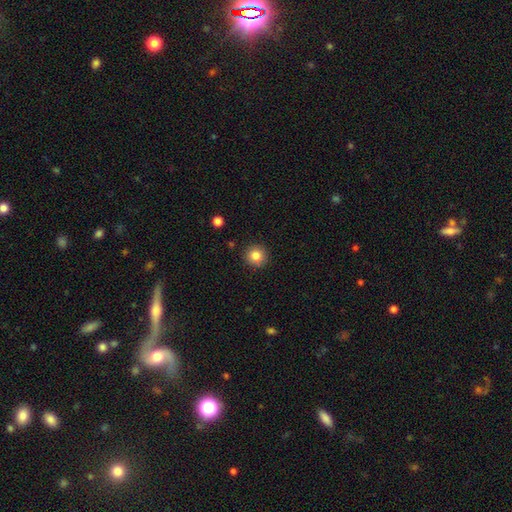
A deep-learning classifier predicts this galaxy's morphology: This appears to be a smooth galaxy with no disk features (84%) that is round (93%). Merging: none (90%).